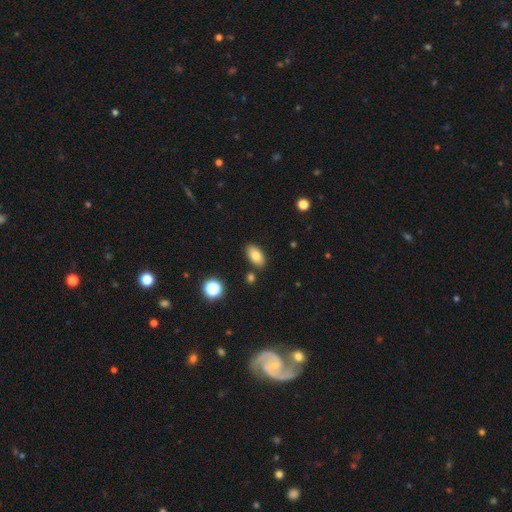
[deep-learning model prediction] This appears to be a smooth galaxy with no disk features (80%) that is in between round and cigar-shaped (91%). Merging: none (83%).